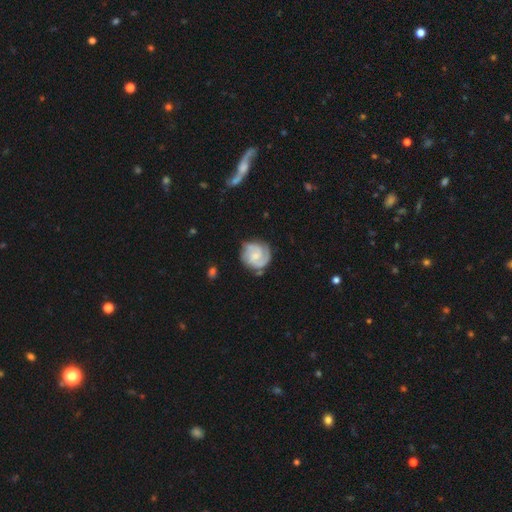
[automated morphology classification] Overall: featured or disk (78%). Edge-on disk: no (98%). Bar: no (53%; weak 41%). Spiral arms: yes (96%). Spiral arm count: 2 (59%; 3 20%). Spiral winding: tight (53%; medium 38%). Bulge size: small (50%; moderate 27%). Merging: none (73%).